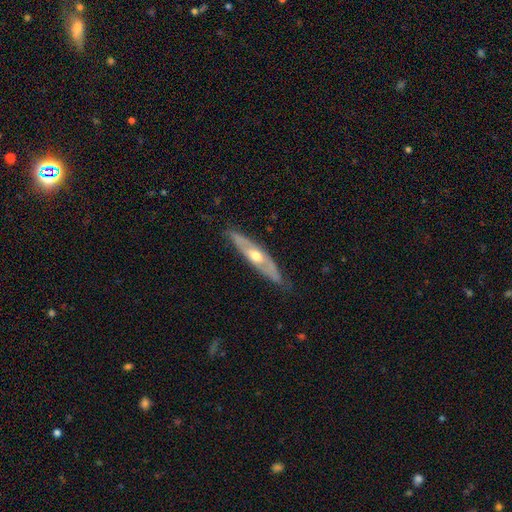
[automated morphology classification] A featured or disk galaxy (66%) viewed edge-on (57%).

Vote fractions:
- Smooth or featured? featured or disk: 66% / smooth: 29% / star or artifact: 5%
- Edge-on disk? yes: 57% / no: 43%
- Merging? none: 78% / minor disturbance: 18% / major disturbance: 3% / merger: 1%